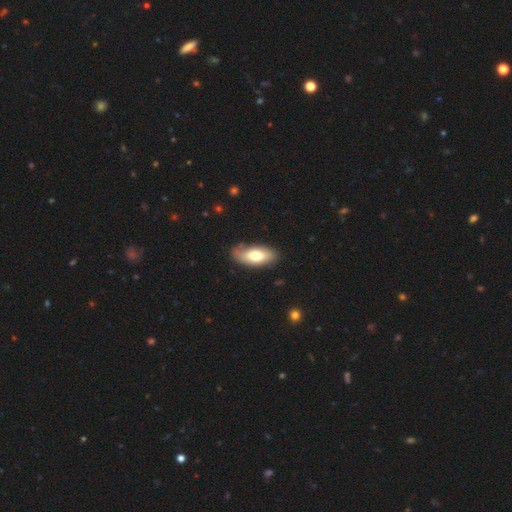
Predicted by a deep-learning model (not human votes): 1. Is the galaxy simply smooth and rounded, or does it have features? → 66% smooth, 28% featured or disk, 6% star or artifact.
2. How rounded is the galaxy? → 87% in between, 10% cigar-shaped, 3% round.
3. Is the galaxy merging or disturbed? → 74% none, 19% minor disturbance, 5% major disturbance, 2% merger.